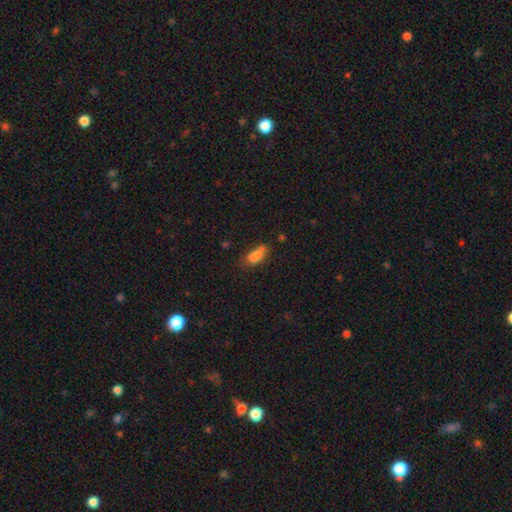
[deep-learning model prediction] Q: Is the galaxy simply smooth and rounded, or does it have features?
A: smooth — 74%.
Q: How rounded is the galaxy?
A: in between — 80%.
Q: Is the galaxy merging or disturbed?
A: none — 45%.